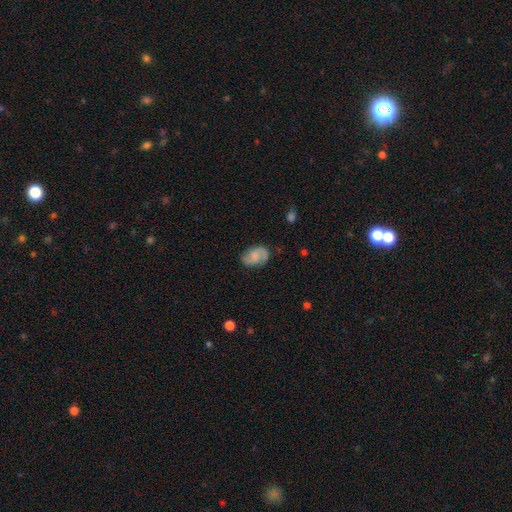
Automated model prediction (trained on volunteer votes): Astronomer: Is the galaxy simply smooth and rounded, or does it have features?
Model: featured or disk — 58% (runner-up: smooth, 35%).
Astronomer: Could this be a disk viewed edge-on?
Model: no — 97%.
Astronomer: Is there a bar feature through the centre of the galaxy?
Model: no — 60% (runner-up: weak, 35%).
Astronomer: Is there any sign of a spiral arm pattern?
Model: yes — 92%.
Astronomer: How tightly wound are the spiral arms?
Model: medium — 47% (runner-up: loose, 28%).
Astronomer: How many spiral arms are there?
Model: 2 — 85%.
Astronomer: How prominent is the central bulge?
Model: small — 36%, tied with none at 36%.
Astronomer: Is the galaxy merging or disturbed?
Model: none — 75%.